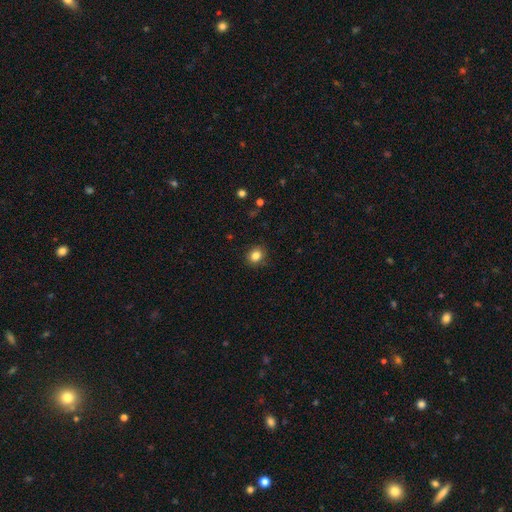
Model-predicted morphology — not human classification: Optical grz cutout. It shows a smooth galaxy with no disk features (84%) that is round (72%). Merging: none (87%).